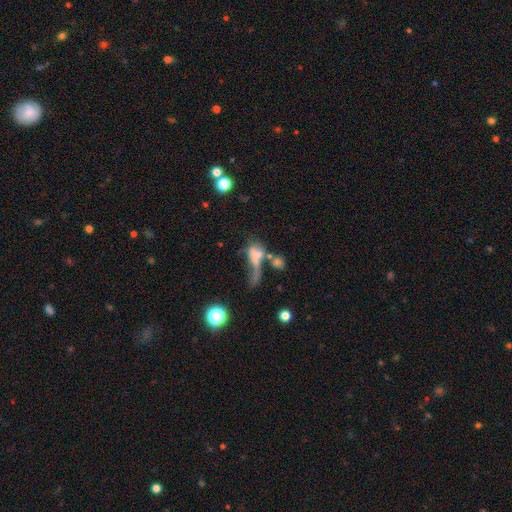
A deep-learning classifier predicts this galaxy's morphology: smooth-or-featured: smooth: 49% | featured or disk: 37% | star or artifact: 15%
  merging: merger: 39% | major disturbance: 38% | none: 13% | minor disturbance: 10%